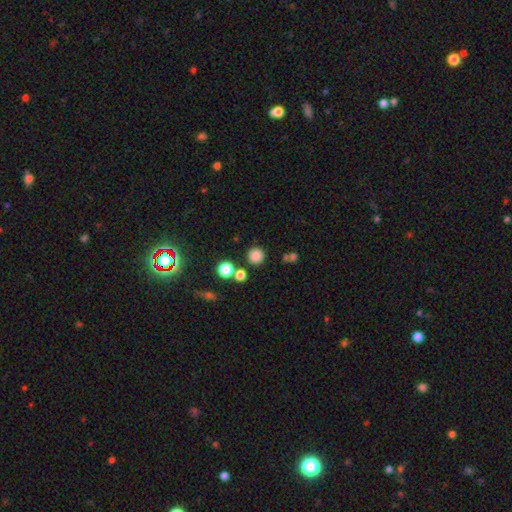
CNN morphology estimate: A smooth galaxy with no disk features (81%) that is round (94%). Merging: none (82%).